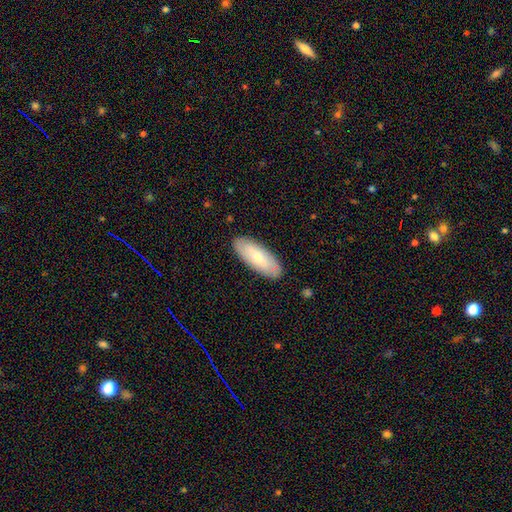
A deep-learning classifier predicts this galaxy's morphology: Smooth or featured?
  - smooth: 61% *
  - featured or disk: 33%
  - star or artifact: 5%
How rounded?
  - in between: 76% *
  - cigar-shaped: 22%
  - round: 2%
Merging?
  - none: 88% *
  - minor disturbance: 10%
  - major disturbance: 2%
  - merger: 1%